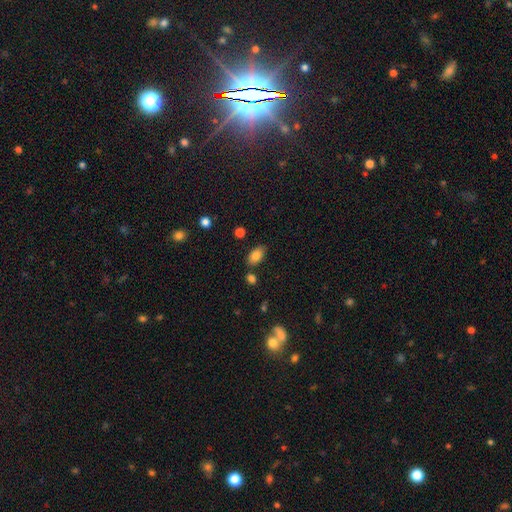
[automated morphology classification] Smooth or featured? Predicted: smooth (p=0.83). How rounded? Predicted: in between (p=0.92). Merging? Predicted: none (p=0.79).